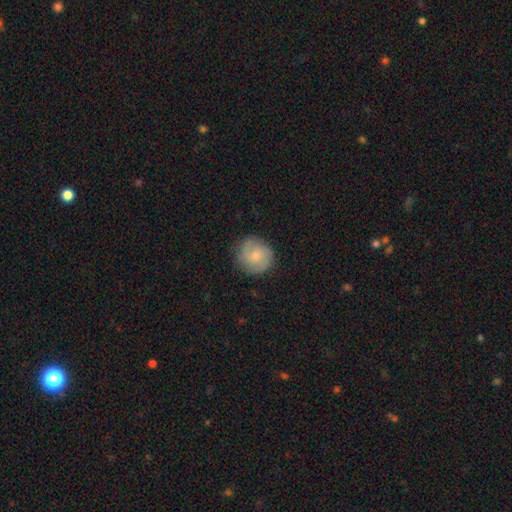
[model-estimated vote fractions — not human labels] Smooth or featured? Predicted: smooth (p=0.51). How rounded? Predicted: round (p=0.88). Merging? Predicted: none (p=0.81).